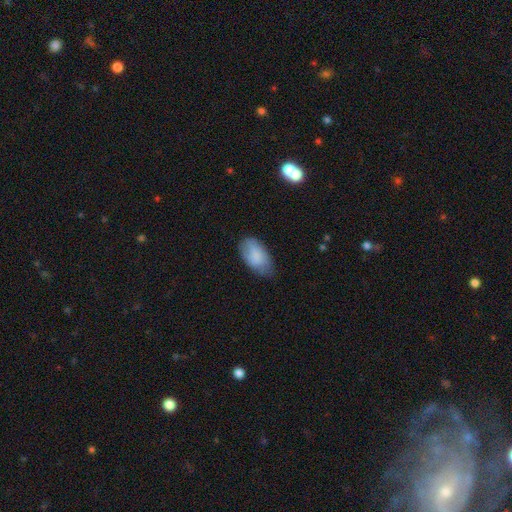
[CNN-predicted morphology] Smooth or featured? Predicted: smooth (p=0.80). How rounded? Predicted: in between (p=0.94). Merging? Predicted: none (p=0.63).